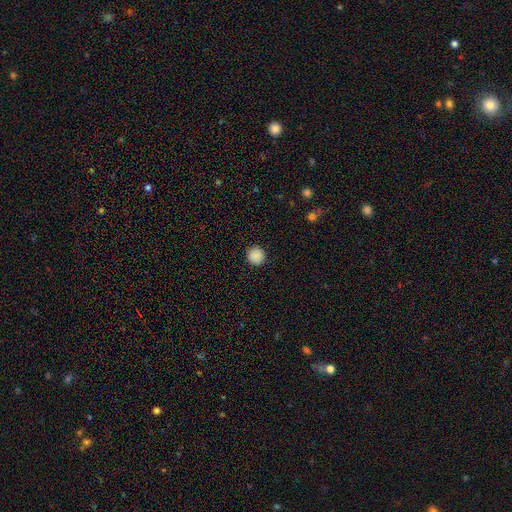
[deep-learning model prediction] smooth_or_featured: smooth (p=0.89) [alt: star or artifact p=0.09]
how_rounded: round (p=0.95) [alt: in between p=0.04]
merging: none (p=0.92) [alt: minor disturbance p=0.05]